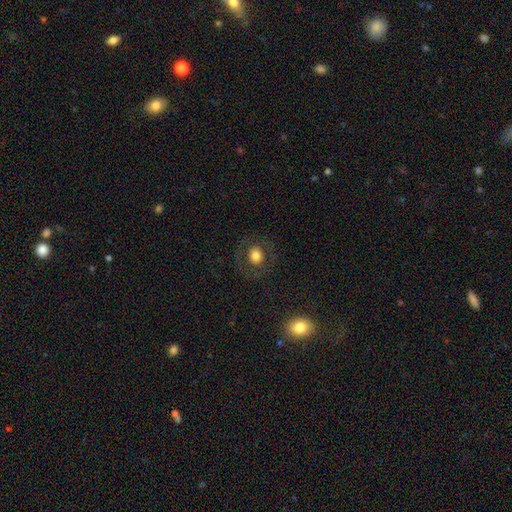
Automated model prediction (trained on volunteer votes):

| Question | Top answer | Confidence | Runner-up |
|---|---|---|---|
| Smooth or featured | smooth | 70% | featured or disk (20%) |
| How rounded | round | 75% | in between (24%) |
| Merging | none | 83% | minor disturbance (9%) |